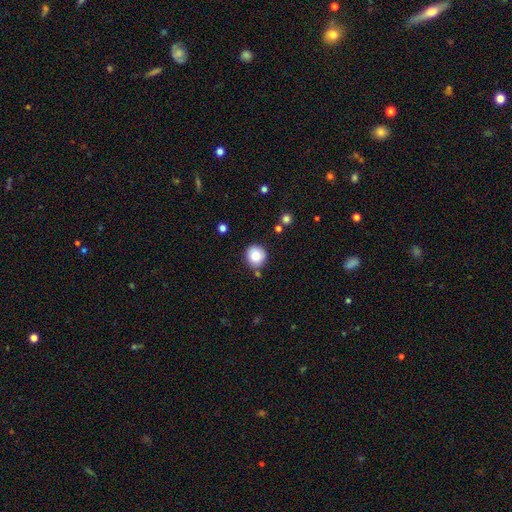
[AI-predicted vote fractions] This appears to be a smooth galaxy with no disk features (82%) that is round (91%). Merging: none (83%).